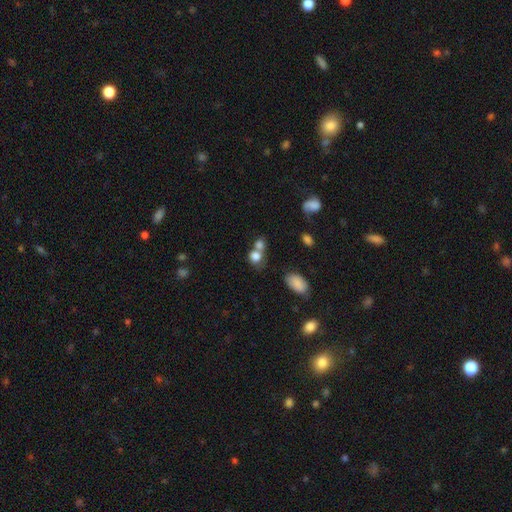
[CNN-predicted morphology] smooth-or-featured: smooth: 79% | star or artifact: 11% | featured or disk: 10%
  how-rounded: round: 64% | in between: 35% | cigar-shaped: 2%
  merging: merger: 47% | none: 37% | minor disturbance: 10% | major disturbance: 6%